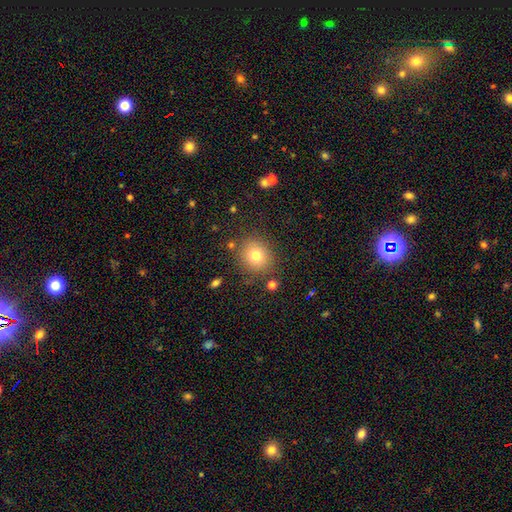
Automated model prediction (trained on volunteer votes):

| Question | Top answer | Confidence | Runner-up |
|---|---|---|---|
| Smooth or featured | smooth | 76% | star or artifact (13%) |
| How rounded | round | 82% | in between (17%) |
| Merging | none | 83% | minor disturbance (10%) |